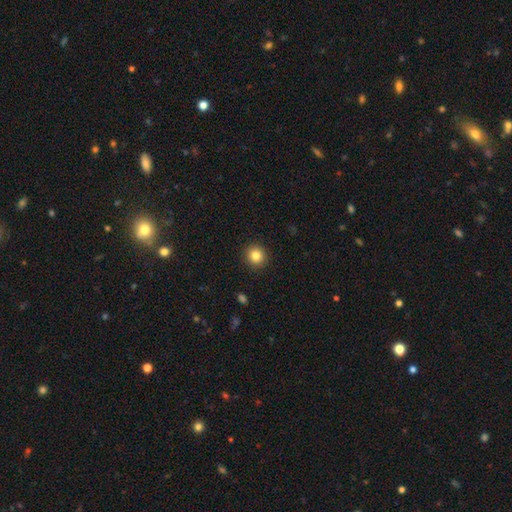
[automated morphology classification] type=smooth (84%); roundness=round (92%); merging=none (92%).